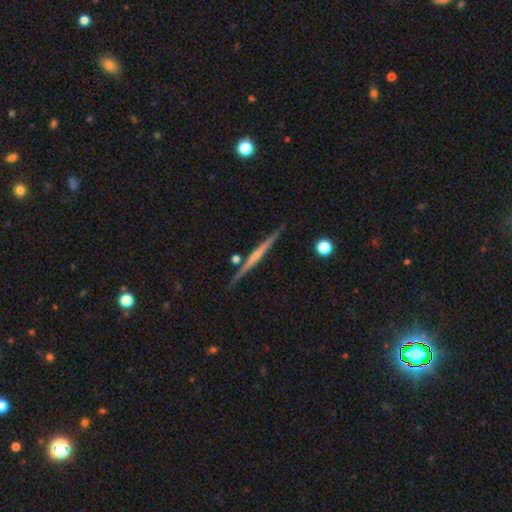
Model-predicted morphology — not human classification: A featured or disk galaxy (72%) viewed edge-on (98%) with no central bulge (48%). Merging: none (87%).